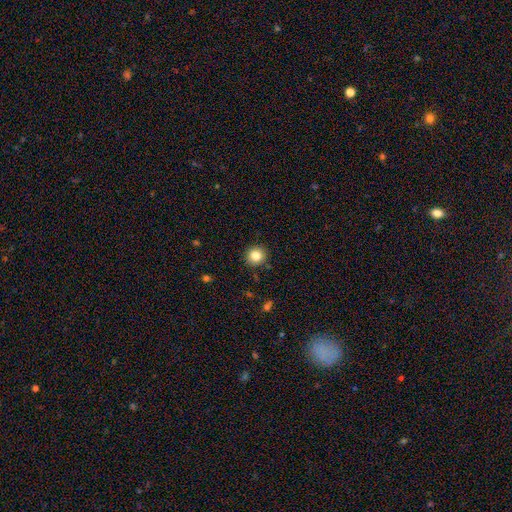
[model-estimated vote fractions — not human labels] This appears to be a smooth galaxy with no disk features (83%) that is round (92%). Merging: none (91%).